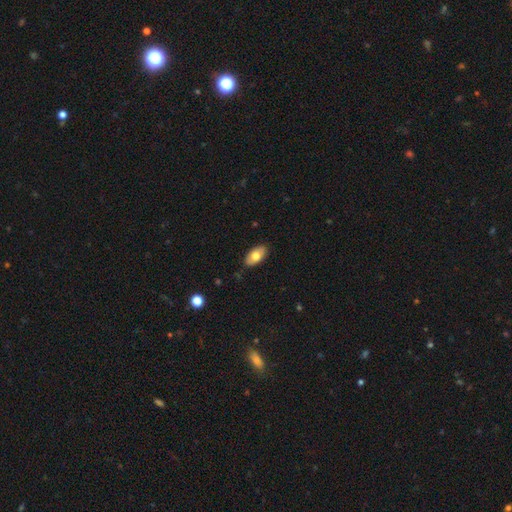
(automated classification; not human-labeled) This is likely a smooth galaxy (68%). How rounded: clearly in between (93%). Merging: clearly none (86%).